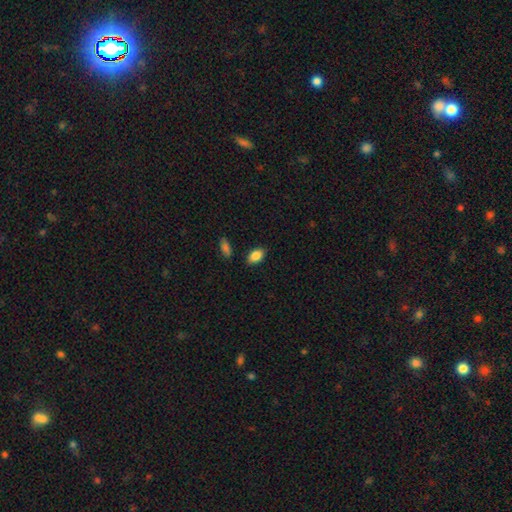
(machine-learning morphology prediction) Smooth or featured: smooth — 86% (star or artifact — 7%)
How rounded: in between — 91% (round — 7%)
Merging: none — 86% (minor disturbance — 10%)